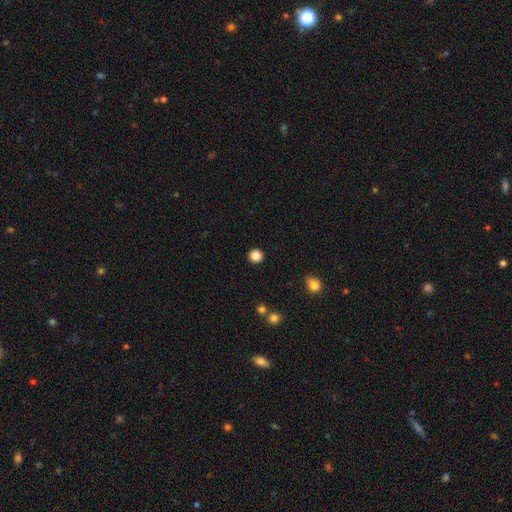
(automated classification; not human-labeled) smooth_or_featured: smooth (p=0.86) [alt: star or artifact p=0.11]
how_rounded: round (p=0.95) [alt: in between p=0.05]
merging: none (p=0.93) [alt: minor disturbance p=0.04]